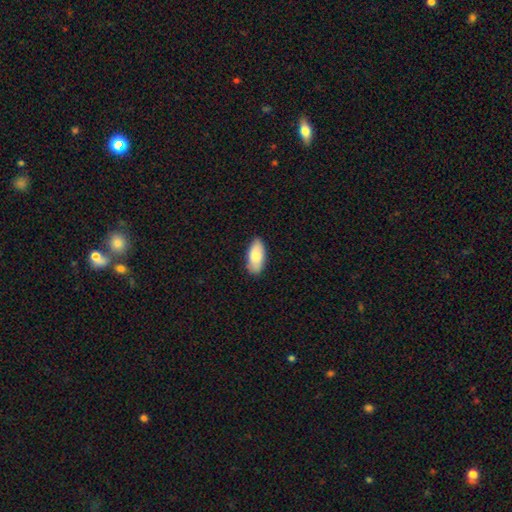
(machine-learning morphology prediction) Smooth or featured? smooth (83%)
How rounded? in between (90%)
Merging? none (83%)